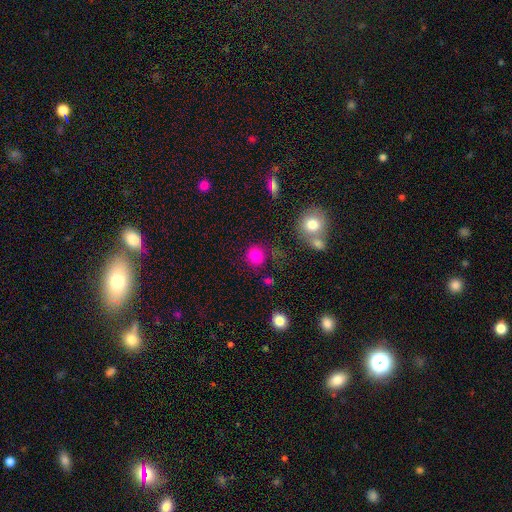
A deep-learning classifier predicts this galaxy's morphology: Smooth or featured: smooth — 82% (star or artifact — 12%)
How rounded: round — 87% (in between — 12%)
Merging: none — 73% (minor disturbance — 12%)